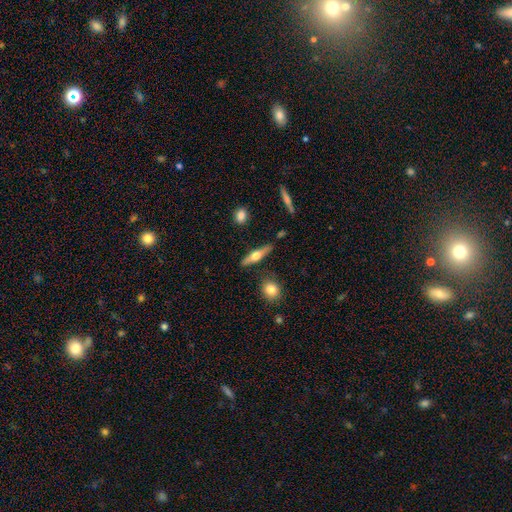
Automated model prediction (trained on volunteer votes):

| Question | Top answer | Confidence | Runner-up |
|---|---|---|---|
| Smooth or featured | featured or disk | 54% | smooth (40%) |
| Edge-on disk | yes | 94% | no (6%) |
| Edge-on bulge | rounded | 94% | boxy (4%) |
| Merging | none | 83% | minor disturbance (11%) |